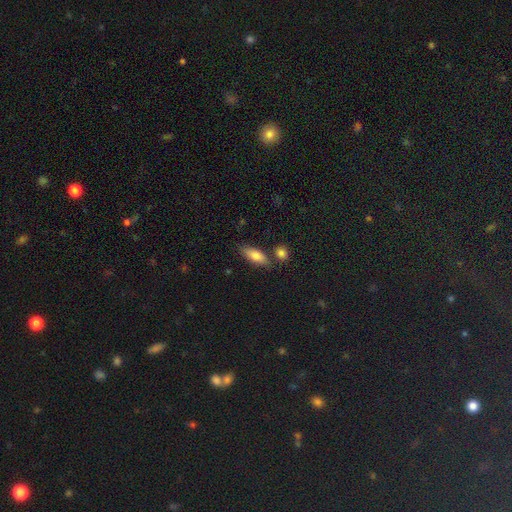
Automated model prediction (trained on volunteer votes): smooth 79%, featured or disk 14%, star or artifact 7%. Down the decision tree: how rounded — in between (71%); merging — none (73%).